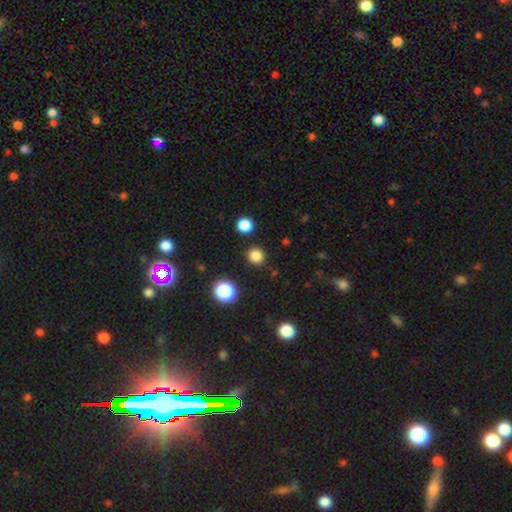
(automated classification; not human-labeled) Smooth or featured: smooth — 83% (star or artifact — 14%)
How rounded: round — 93% (in between — 6%)
Merging: none — 90% (minor disturbance — 6%)